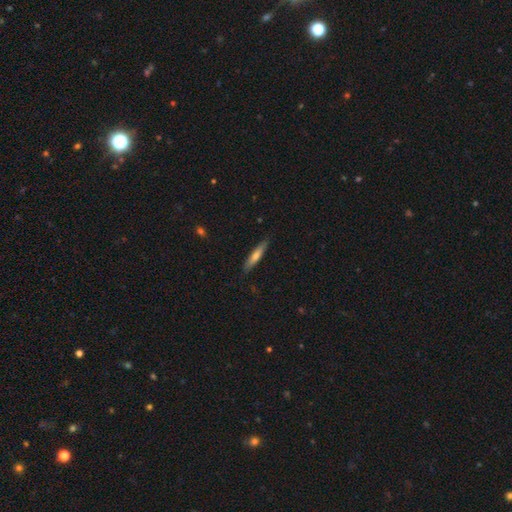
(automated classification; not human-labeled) Smooth or featured?
  - smooth: 60% *
  - featured or disk: 34%
  - star or artifact: 6%
How rounded?
  - cigar-shaped: 89% *
  - in between: 9%
  - round: 1%
Merging?
  - none: 87% *
  - minor disturbance: 10%
  - major disturbance: 2%
  - merger: 1%